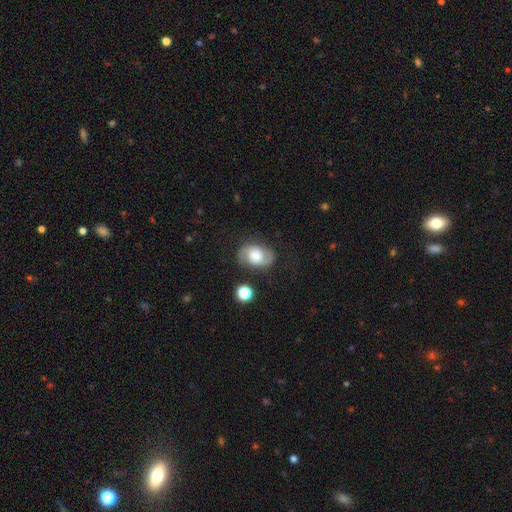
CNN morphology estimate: featured or disk 57%, smooth 34%, star or artifact 9%. Down the decision tree: edge-on disk — no (97%); bar — no (57%); spiral arms — yes (86%); bulge size — large (44%); merging — none (74%).